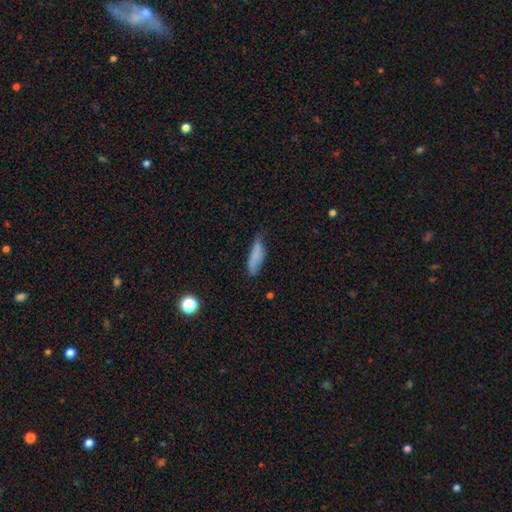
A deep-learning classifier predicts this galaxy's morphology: type=smooth (78%); roundness=cigar-shaped (60%); merging=none (60%).